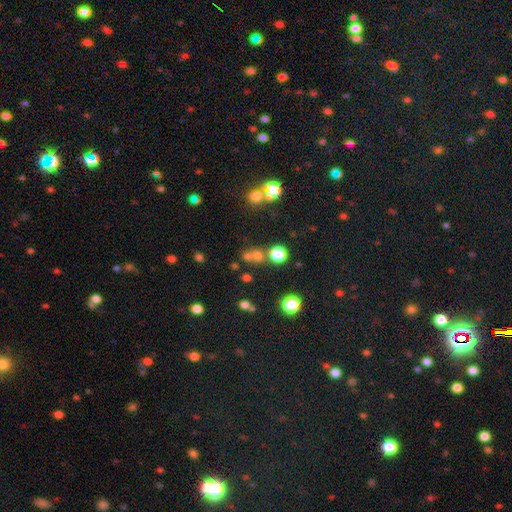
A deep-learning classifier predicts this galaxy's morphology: A smooth galaxy with no disk features (60%) that is round (81%). Merging: none (51%).